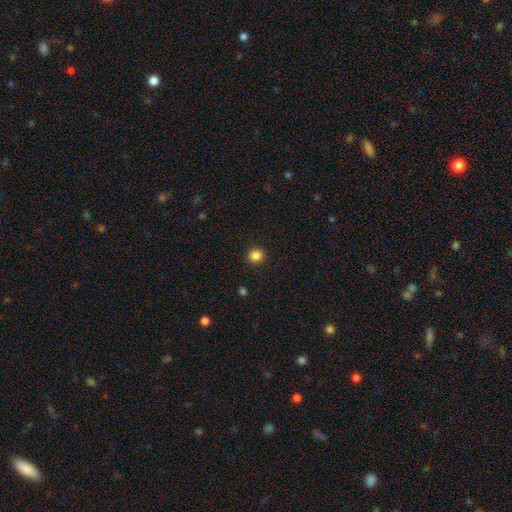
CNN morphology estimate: Overall: smooth (86%). How rounded: round (84%). Merging: none (91%).